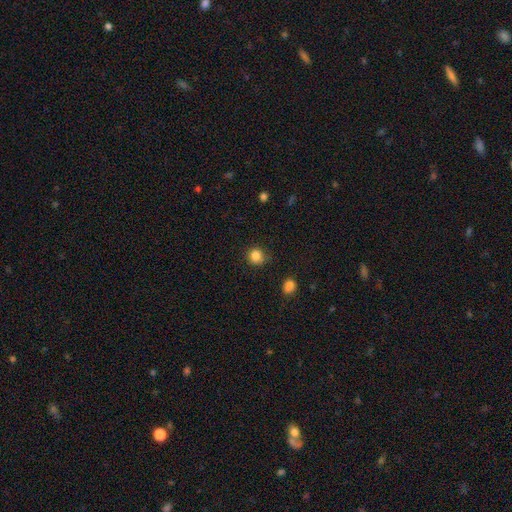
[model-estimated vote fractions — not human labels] Smooth or featured? Predicted: smooth (p=0.84). How rounded? Predicted: round (p=0.88). Merging? Predicted: none (p=0.81).